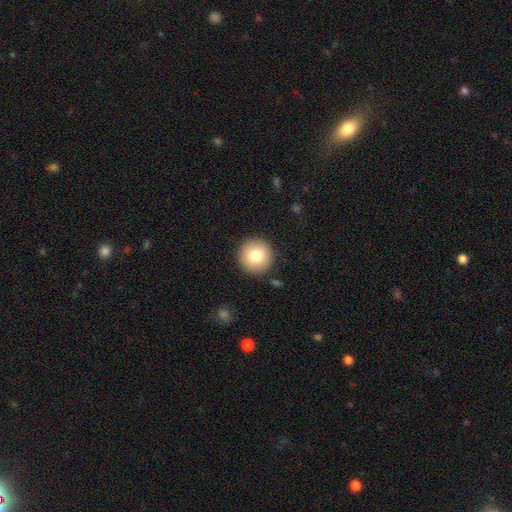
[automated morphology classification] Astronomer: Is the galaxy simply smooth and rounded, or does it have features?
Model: smooth — 80%.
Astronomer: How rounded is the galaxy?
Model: round — 96%.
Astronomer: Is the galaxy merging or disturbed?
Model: none — 91%.